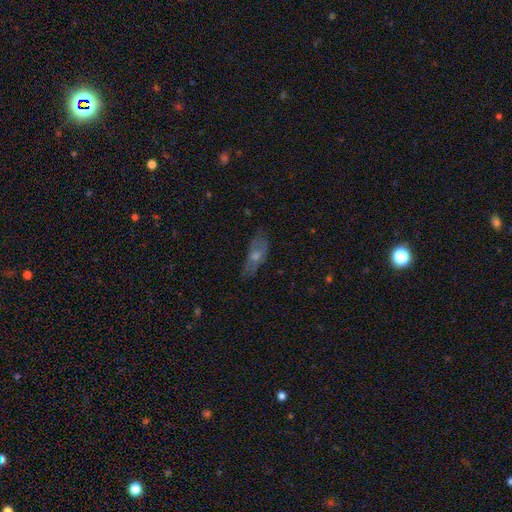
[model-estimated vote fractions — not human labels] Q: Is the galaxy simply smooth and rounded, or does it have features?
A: featured or disk — 43%.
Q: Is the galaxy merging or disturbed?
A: none — 70%.